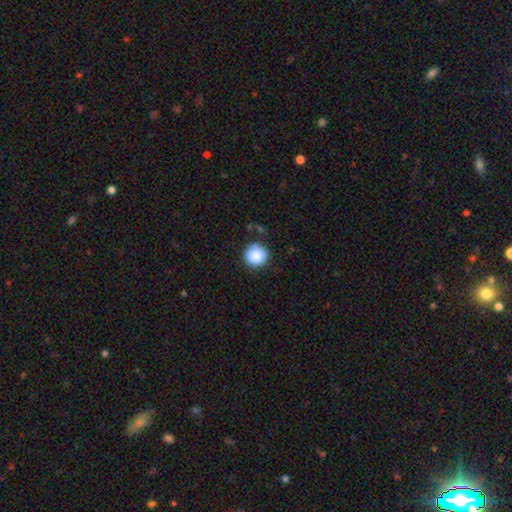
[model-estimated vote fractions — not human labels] This appears to be a smooth galaxy with no disk features (88%) that is round (94%). Merging: none (84%).